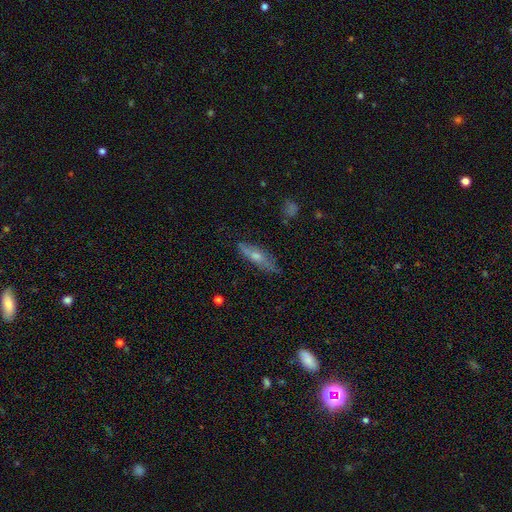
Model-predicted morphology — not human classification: Smooth or featured?
  - featured or disk: 50% *
  - smooth: 41%
  - star or artifact: 10%
Merging?
  - none: 79% *
  - minor disturbance: 16%
  - major disturbance: 4%
  - merger: 2%